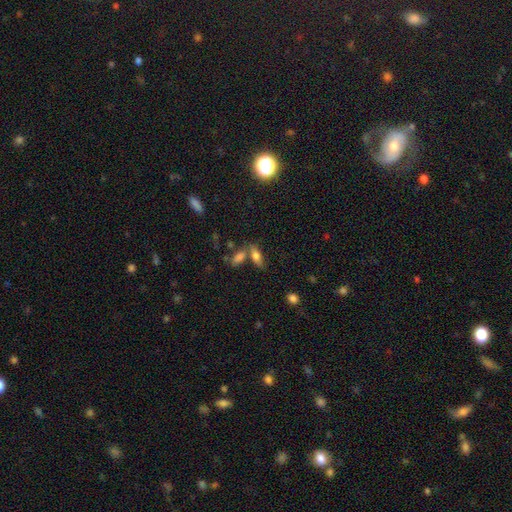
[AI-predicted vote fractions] Q: Smooth or featured?
A: smooth (45%); runner-up: star or artifact (31%)
Q: Merging?
A: none (47%); runner-up: merger (34%)